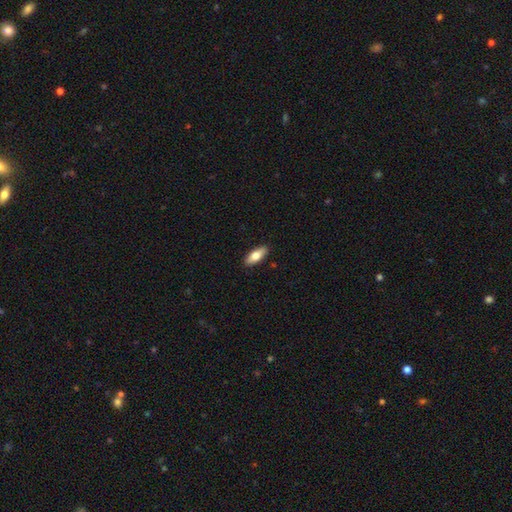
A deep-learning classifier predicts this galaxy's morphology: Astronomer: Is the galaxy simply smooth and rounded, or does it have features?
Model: smooth — 75%.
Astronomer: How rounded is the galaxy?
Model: in between — 74%.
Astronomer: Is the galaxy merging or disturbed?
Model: none — 89%.